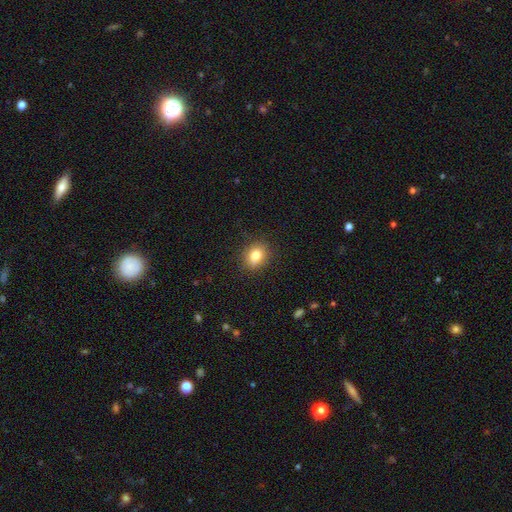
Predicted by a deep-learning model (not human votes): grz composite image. It shows a smooth galaxy with no disk features (82%) that is in between round and cigar-shaped (54%). Merging: none (88%).